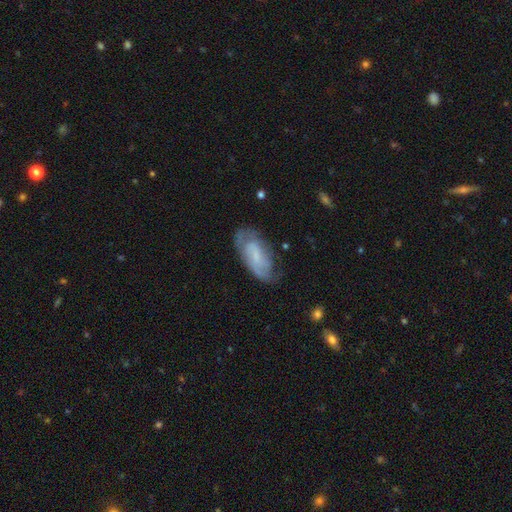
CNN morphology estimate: Smooth or featured?
  - featured or disk: 56% *
  - smooth: 37%
  - star or artifact: 8%
Edge-on disk?
  - no: 92% *
  - yes: 8%
Bar?
  - no: 46% *
  - weak: 42%
  - strong: 13%
Spiral arms?
  - yes: 79% *
  - no: 21%
Bulge size?
  - small: 48% *
  - none: 29%
  - moderate: 18%
  - large: 3%
  - dominant: 1%
Merging?
  - none: 62% *
  - minor disturbance: 26%
  - major disturbance: 11%
  - merger: 2%